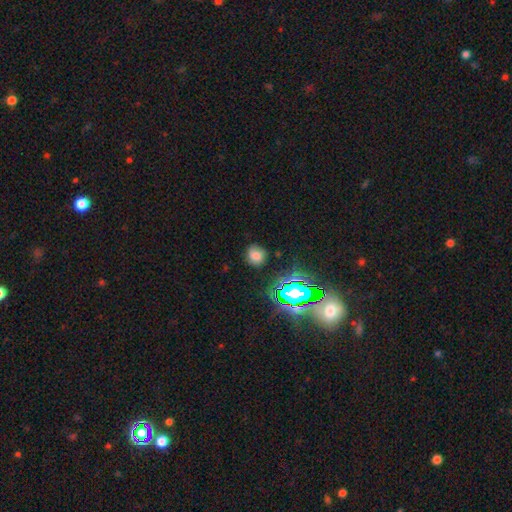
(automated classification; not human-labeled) Smooth or featured? Predicted: smooth (p=0.66). How rounded? Predicted: round (p=0.79). Merging? Predicted: none (p=0.77).